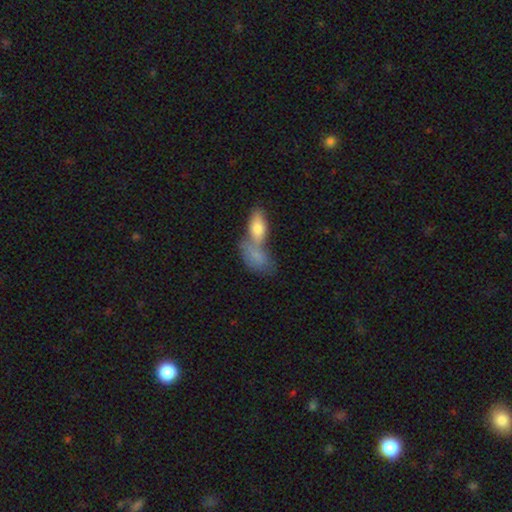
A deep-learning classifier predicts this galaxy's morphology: Smooth or featured? Predicted: smooth (p=0.75). How rounded? Predicted: in between (p=0.84). Merging? Predicted: merger (p=0.60).